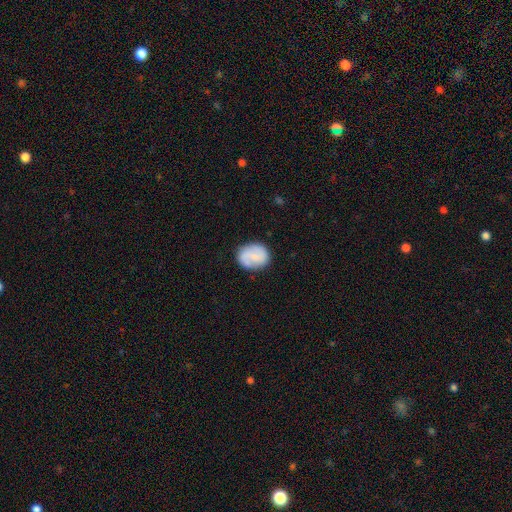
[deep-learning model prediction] The model was most divided on "how rounded": round: 58%, in between: 41%, cigar-shaped: 1%. More confident: merging — none (76%); smooth or featured — smooth (56%).